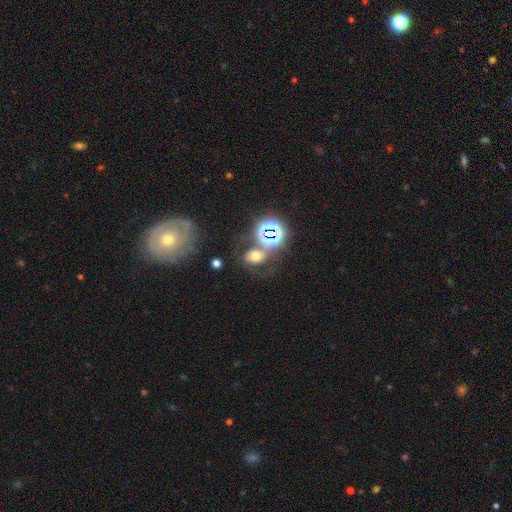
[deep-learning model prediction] A smooth galaxy with no disk features (49%).

Vote fractions:
- Smooth or featured? smooth: 49% / star or artifact: 32% / featured or disk: 19%
- Merging? none: 51% / merger: 22% / minor disturbance: 16% / major disturbance: 12%